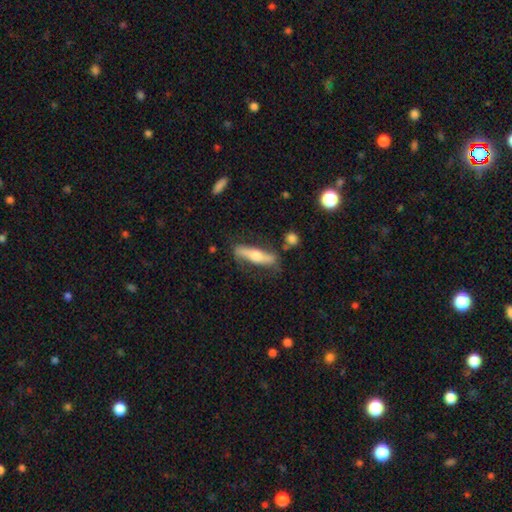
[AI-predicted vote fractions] A featured or disk galaxy (51%) viewed edge-on (73%).

Vote fractions:
- Smooth or featured? featured or disk: 51% / smooth: 43% / star or artifact: 6%
- Edge-on disk? yes: 73% / no: 27%
- Merging? none: 72% / minor disturbance: 18% / major disturbance: 6% / merger: 4%